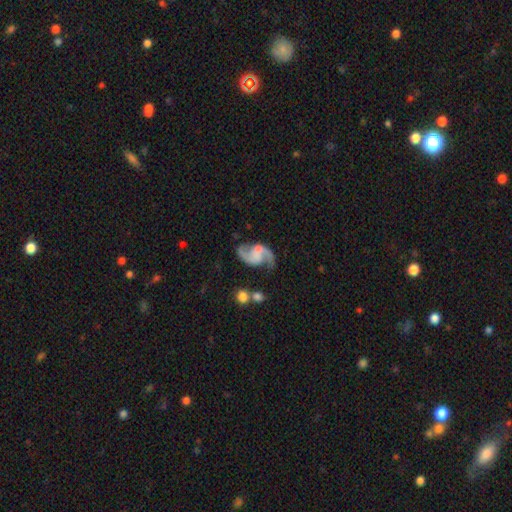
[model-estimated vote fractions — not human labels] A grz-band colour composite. It shows a featured or disk galaxy (90%) with no bar (52%), 2 (94%) loose (53%) spiral arms (97%) and no central bulge (51%). Merging: none (68%).